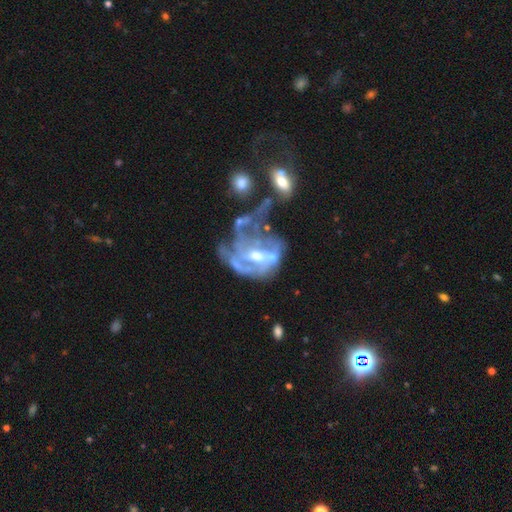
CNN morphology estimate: Overall: featured or disk (80%). Edge-on disk: no (97%). Bar: no (42%; weak 36%). Spiral arms: yes (59%; no 41%). Bulge size: moderate (56%; small 32%). Merging: major disturbance (44%; none 21%).